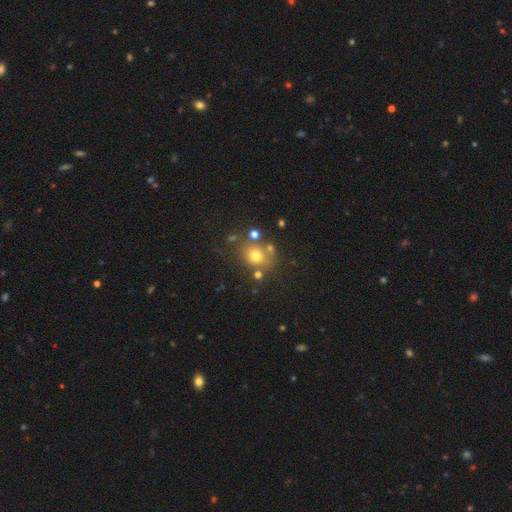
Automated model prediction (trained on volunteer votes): Smooth or featured?
  - smooth: 69% *
  - star or artifact: 18%
  - featured or disk: 13%
How rounded?
  - round: 74% *
  - in between: 25%
  - cigar-shaped: 1%
Merging?
  - none: 70% *
  - merger: 12%
  - minor disturbance: 12%
  - major disturbance: 5%